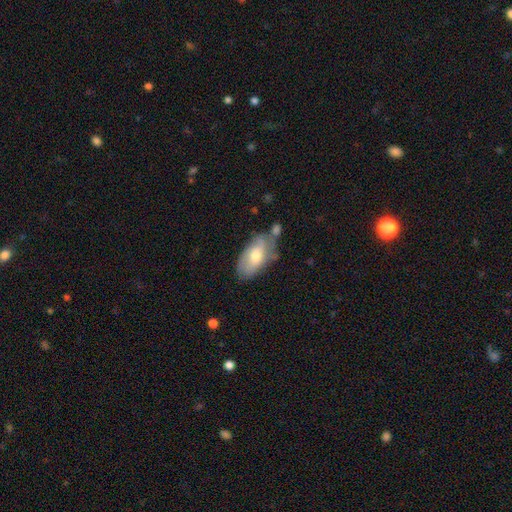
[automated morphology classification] Smooth or featured?
  - smooth: 55% *
  - featured or disk: 38%
  - star or artifact: 7%
How rounded?
  - in between: 91% *
  - cigar-shaped: 5%
  - round: 3%
Merging?
  - none: 53% *
  - minor disturbance: 27%
  - merger: 12%
  - major disturbance: 8%